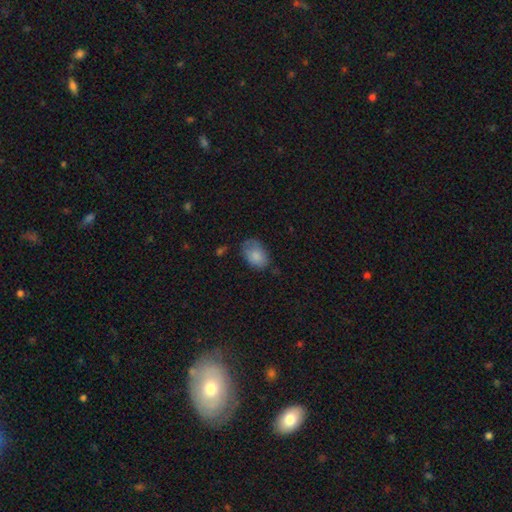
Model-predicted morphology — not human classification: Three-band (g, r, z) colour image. It shows a smooth galaxy with no disk features (83%) that is in between round and cigar-shaped (84%). Merging: none (58%).